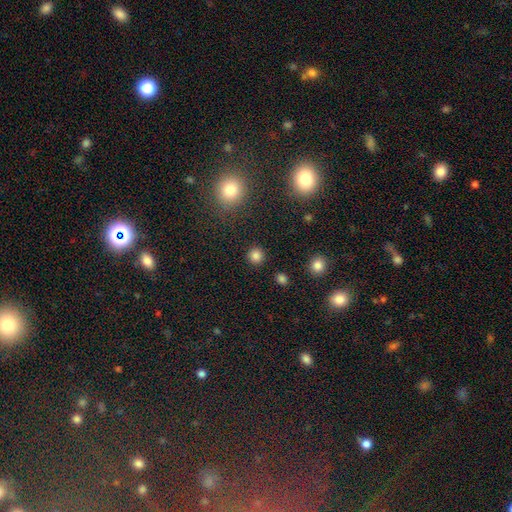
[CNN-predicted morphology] Overall: smooth (83%). How rounded: round (93%). Merging: none (91%).